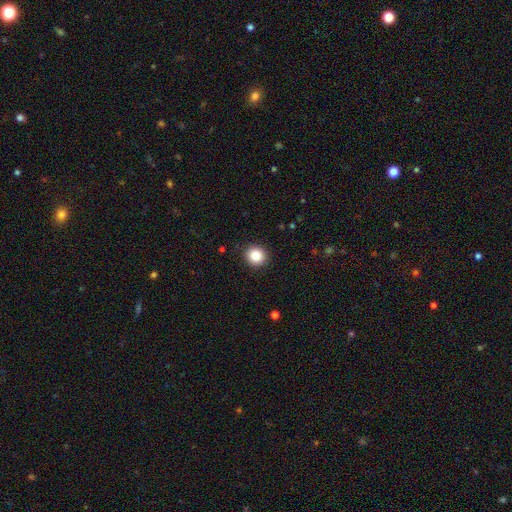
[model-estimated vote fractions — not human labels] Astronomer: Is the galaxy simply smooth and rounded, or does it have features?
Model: smooth — 86%.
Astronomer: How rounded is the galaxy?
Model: round — 89%.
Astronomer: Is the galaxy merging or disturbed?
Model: none — 92%.